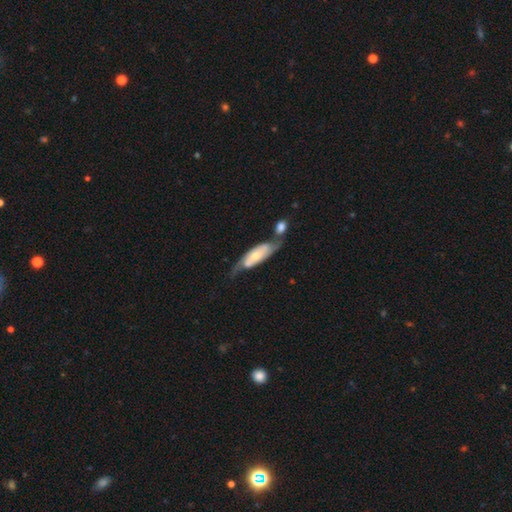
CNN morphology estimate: The model was most divided on "merging": none: 35%, merger: 34%, minor disturbance: 20%, major disturbance: 11%. More confident: edge-on disk — no (75%); smooth or featured — featured or disk (57%).